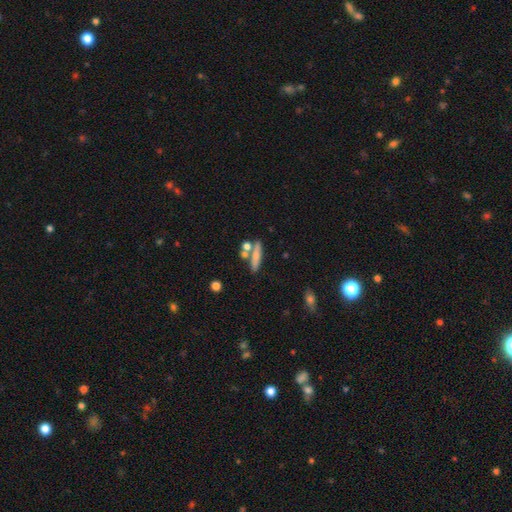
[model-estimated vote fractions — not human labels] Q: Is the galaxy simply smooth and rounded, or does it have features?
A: smooth — 65%.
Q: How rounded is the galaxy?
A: cigar-shaped — 71%.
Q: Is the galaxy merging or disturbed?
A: none — 61%.